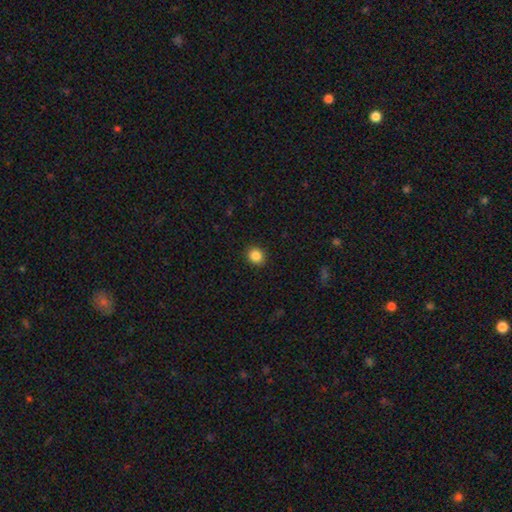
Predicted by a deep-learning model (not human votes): Q: Smooth or featured?
A: smooth (86%); runner-up: star or artifact (10%)
Q: How rounded?
A: round (79%); runner-up: in between (20%)
Q: Merging?
A: none (91%); runner-up: minor disturbance (6%)